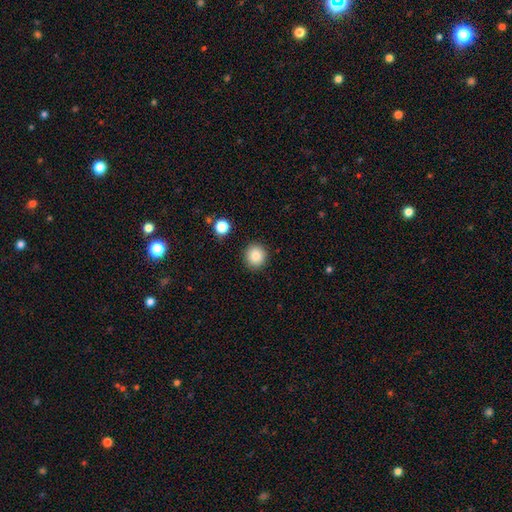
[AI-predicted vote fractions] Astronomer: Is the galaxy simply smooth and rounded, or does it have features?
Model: smooth — 86%.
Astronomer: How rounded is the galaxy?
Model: round — 91%.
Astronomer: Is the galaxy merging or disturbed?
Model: none — 90%.